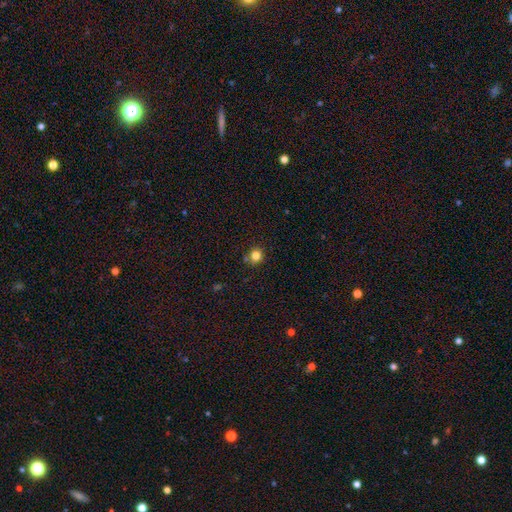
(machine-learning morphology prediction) Smooth or featured? smooth (81%)
How rounded? round (87%)
Merging? none (79%)